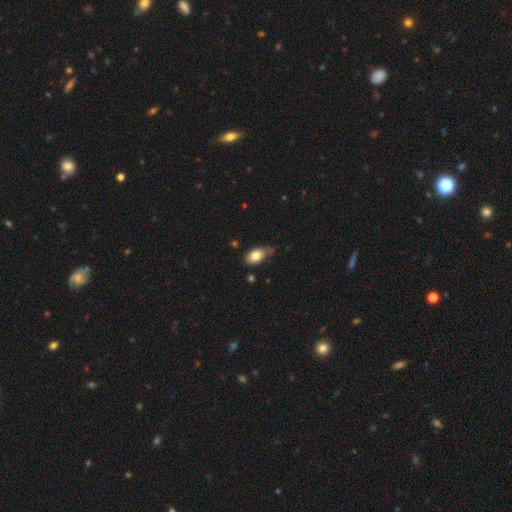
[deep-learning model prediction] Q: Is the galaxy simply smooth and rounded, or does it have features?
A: smooth — 77%.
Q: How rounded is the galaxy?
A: in between — 91%.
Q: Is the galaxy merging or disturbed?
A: none — 66%.